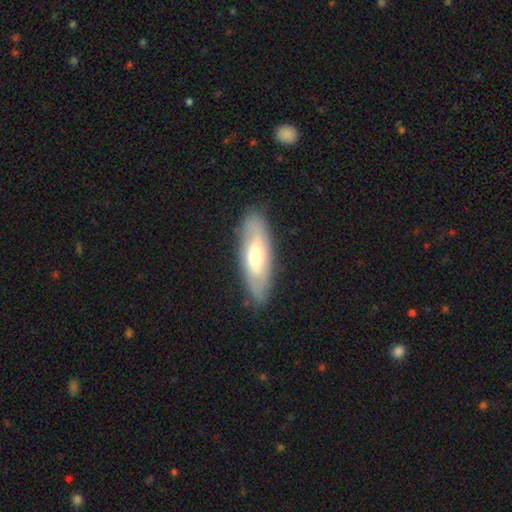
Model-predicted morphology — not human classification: A featured or disk galaxy (51%).

Vote fractions:
- Smooth or featured? featured or disk: 51% / smooth: 43% / star or artifact: 6%
- Edge-on disk? no: 67% / yes: 33%
- Merging? none: 85% / minor disturbance: 11% / major disturbance: 3% / merger: 1%